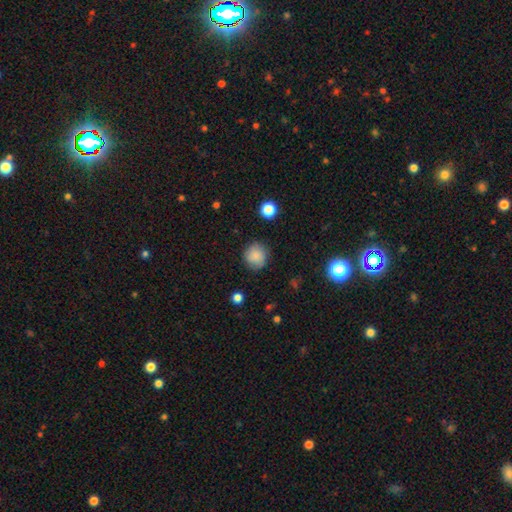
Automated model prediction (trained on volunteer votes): Q: Smooth or featured?
A: smooth (82%); runner-up: star or artifact (10%)
Q: How rounded?
A: round (90%); runner-up: in between (9%)
Q: Merging?
A: none (81%); runner-up: minor disturbance (14%)